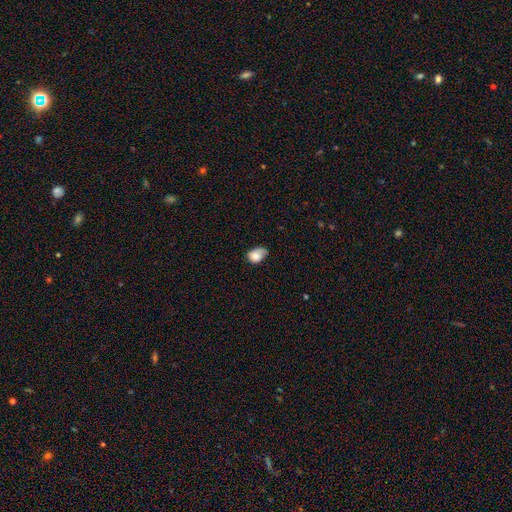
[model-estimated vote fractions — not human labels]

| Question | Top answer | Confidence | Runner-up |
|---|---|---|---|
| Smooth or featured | smooth | 77% | featured or disk (15%) |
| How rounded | in between | 77% | round (22%) |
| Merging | minor disturbance | 42% | none (37%) |